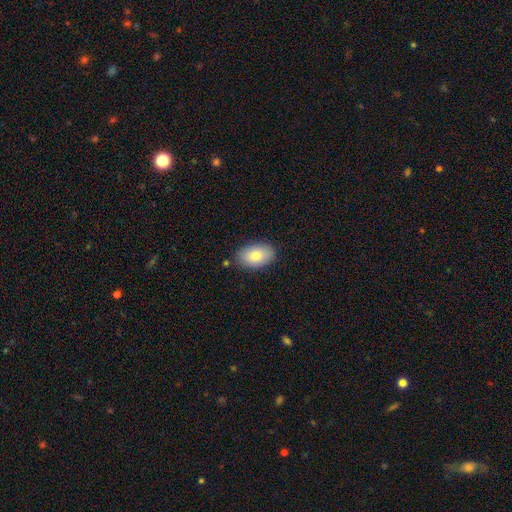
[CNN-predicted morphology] The model was most divided on "smooth or featured": smooth: 82%, featured or disk: 12%, star or artifact: 7%. More confident: how rounded — in between (91%); merging — none (83%).